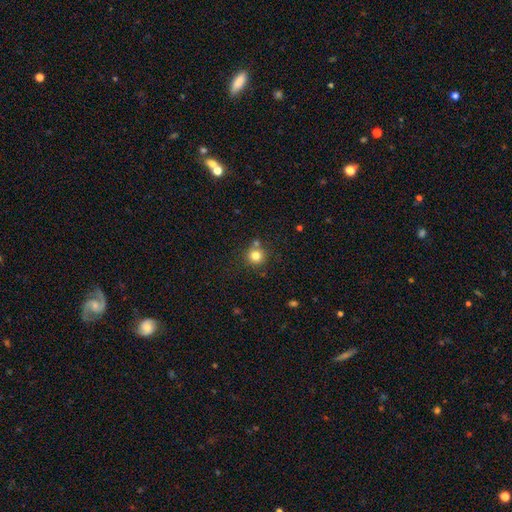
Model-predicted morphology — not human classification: Smooth or featured: smooth — 80% (star or artifact — 12%)
How rounded: round — 92% (in between — 7%)
Merging: none — 74% (merger — 14%)